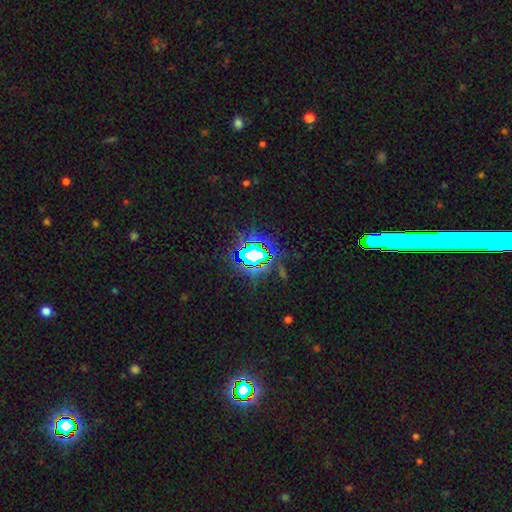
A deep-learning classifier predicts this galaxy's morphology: A star or artifact, not a galaxy (77%).

Vote fractions:
- Smooth or featured? star or artifact: 77% / smooth: 11% / featured or disk: 11%